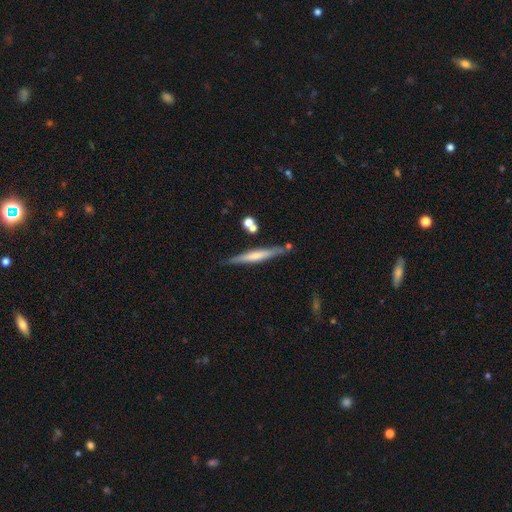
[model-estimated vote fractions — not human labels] smooth-or-featured: featured or disk: 50% | smooth: 44% | star or artifact: 6%
  disk-edge-on: yes: 95% | no: 5%
  merging: none: 80% | minor disturbance: 12% | merger: 5% | major disturbance: 2%